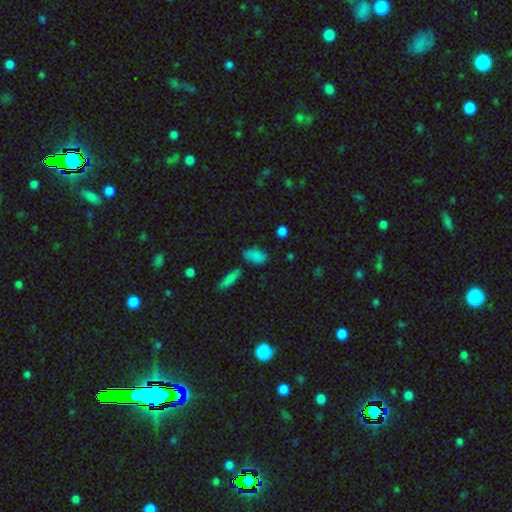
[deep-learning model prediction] This is clearly a smooth galaxy (82%). How rounded: clearly in between (88%). Merging: likely none (70%).